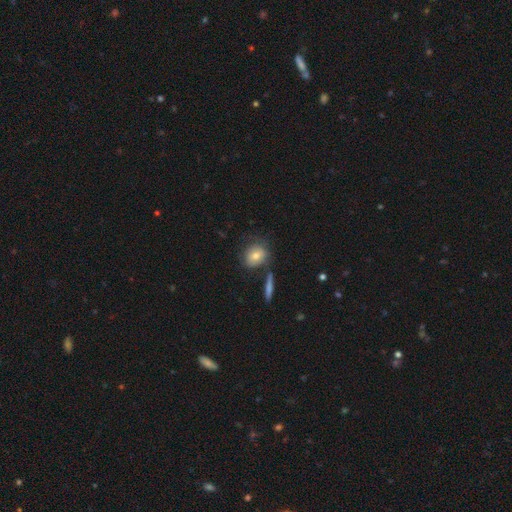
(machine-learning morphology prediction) Smooth or featured? Predicted: smooth (p=0.72). How rounded? Predicted: round (p=0.63). Merging? Predicted: none (p=0.68).